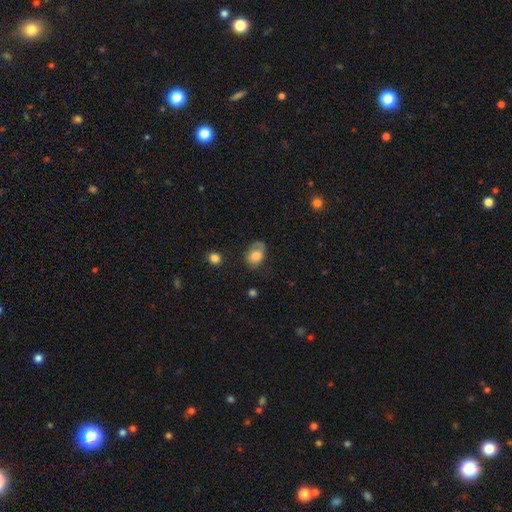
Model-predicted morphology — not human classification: Smooth or featured? smooth (76%)
How rounded? in between (72%)
Merging? none (50%)